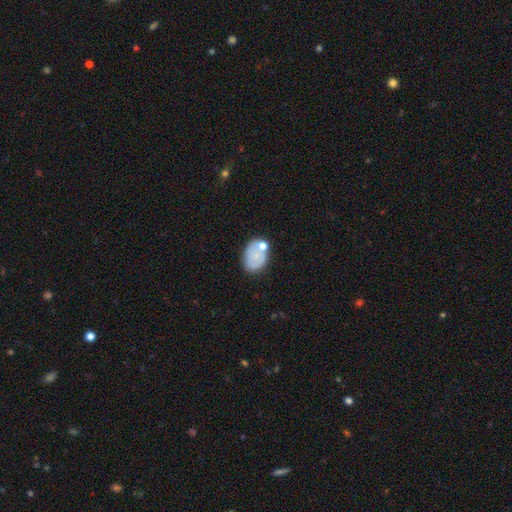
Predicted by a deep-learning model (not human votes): Overall: smooth (63%; featured or disk 28%). How rounded: in between (75%). Merging: none (53%; minor disturbance 22%).